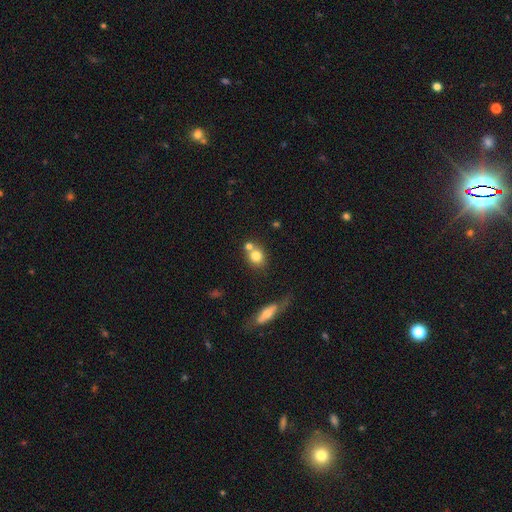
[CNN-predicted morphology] type=smooth (77%); roundness=round (68%); merging=none (50%).